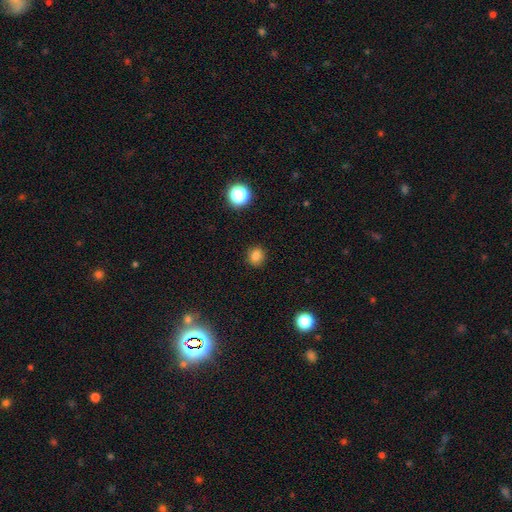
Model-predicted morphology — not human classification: type=smooth (81%); roundness=round (83%); merging=none (90%).